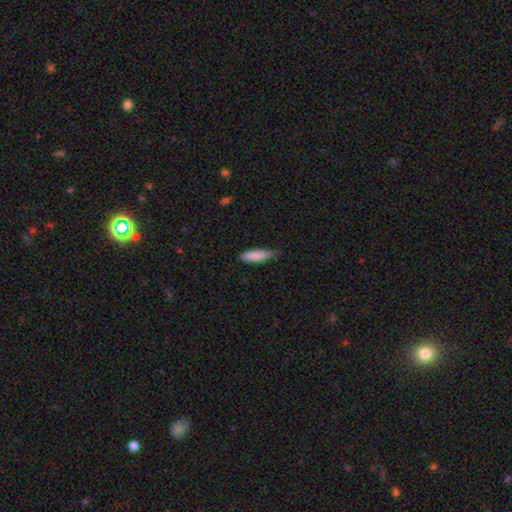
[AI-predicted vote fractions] This appears to be a smooth galaxy with no disk features (85%) that is cigar-shaped (64%). Merging: none (68%).